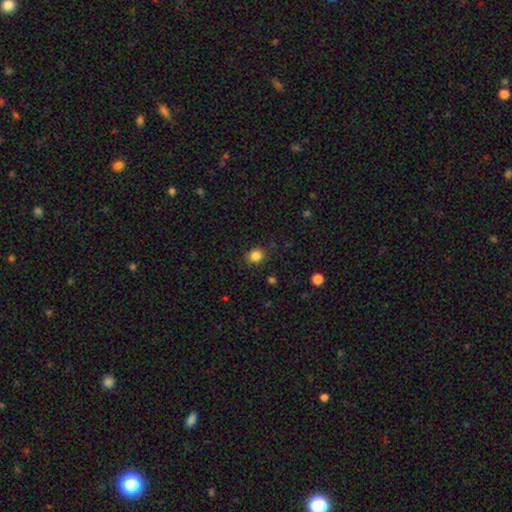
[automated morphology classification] This is clearly a smooth galaxy (84%). How rounded: likely round (75%). Merging: clearly none (84%).